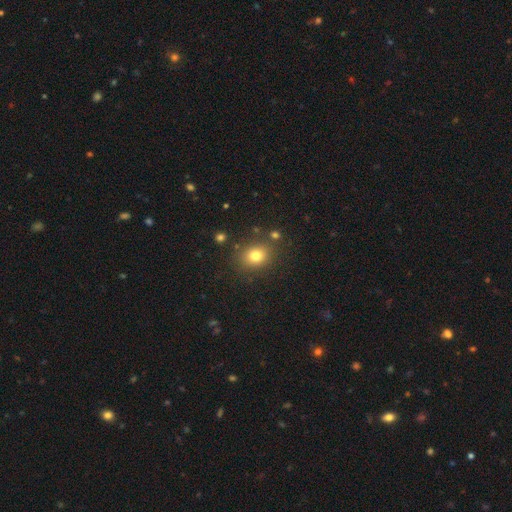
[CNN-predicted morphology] Smooth or featured: smooth — 78% (star or artifact — 13%)
How rounded: round — 60% (in between — 39%)
Merging: none — 82% (minor disturbance — 10%)